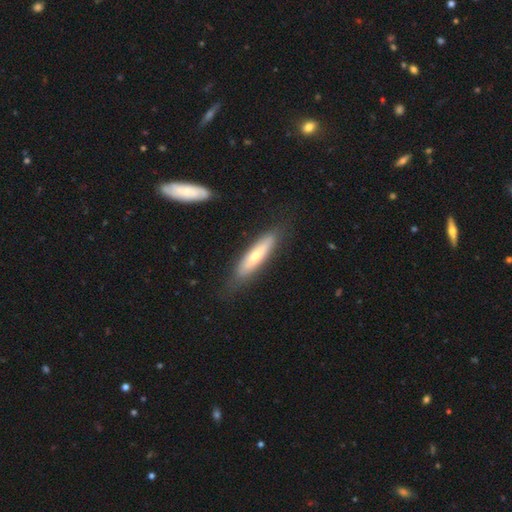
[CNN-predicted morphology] A smooth galaxy with no disk features (54%) that is cigar-shaped (77%). Merging: none (79%).